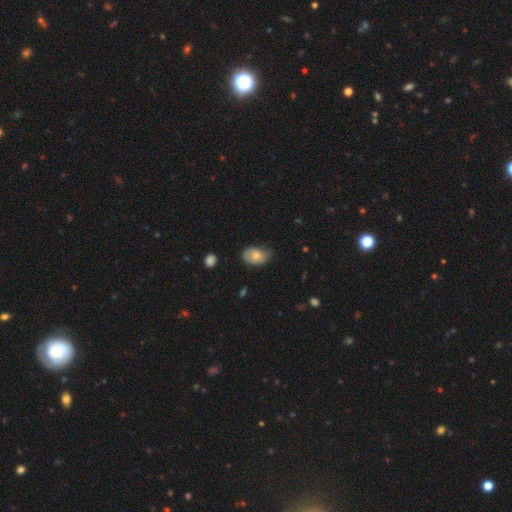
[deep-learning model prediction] The model was most divided on "merging": none: 60%, minor disturbance: 32%, major disturbance: 7%, merger: 1%. More confident: how rounded — in between (84%); smooth or featured — smooth (77%).